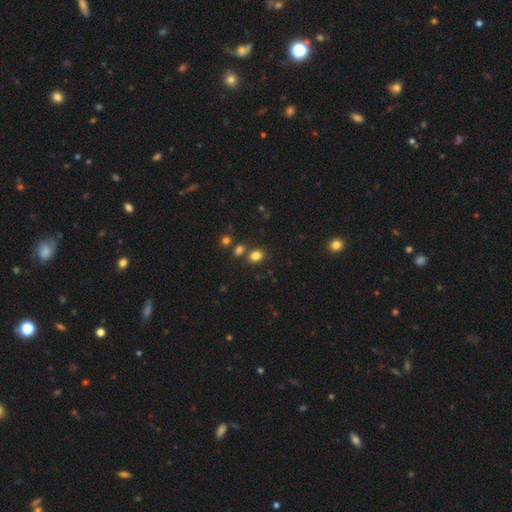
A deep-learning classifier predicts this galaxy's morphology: smooth-or-featured: smooth: 81% | star or artifact: 13% | featured or disk: 6%
  how-rounded: round: 52% | in between: 47% | cigar-shaped: 1%
  merging: none: 75% | merger: 12% | minor disturbance: 10% | major disturbance: 3%